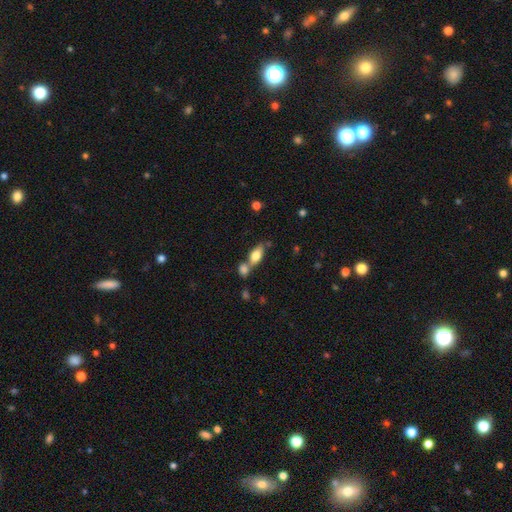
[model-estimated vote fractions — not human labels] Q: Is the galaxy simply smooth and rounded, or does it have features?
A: smooth — 72%.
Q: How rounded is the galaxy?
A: in between — 79%.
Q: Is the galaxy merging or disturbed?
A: merger — 44%.